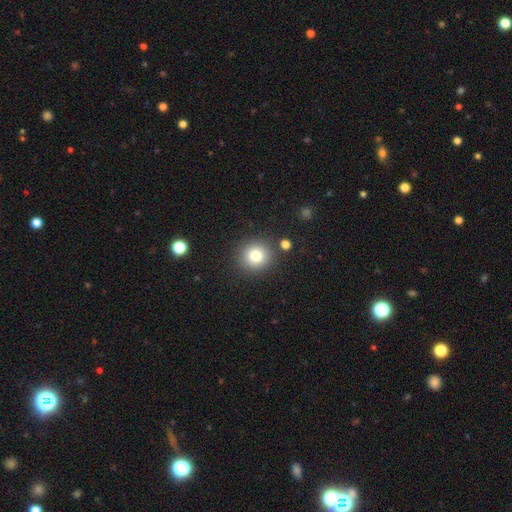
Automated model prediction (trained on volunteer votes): The model was most divided on "smooth or featured": smooth: 79%, star or artifact: 13%, featured or disk: 9%. More confident: how rounded — round (91%); merging — none (87%).